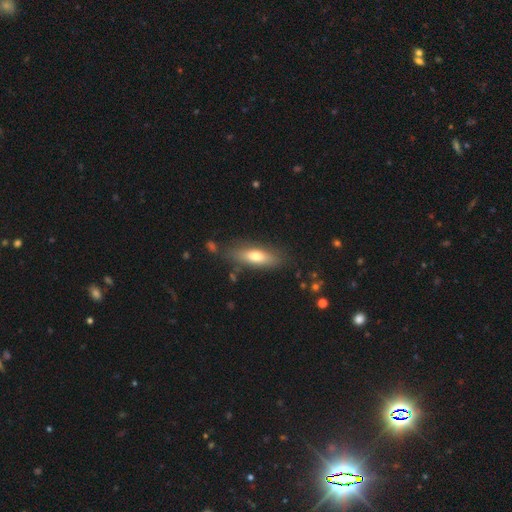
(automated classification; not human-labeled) smooth_or_featured: smooth (p=0.68) [alt: featured or disk p=0.25]
how_rounded: in between (p=0.56) [alt: cigar-shaped p=0.41]
merging: none (p=0.78) [alt: minor disturbance p=0.15]